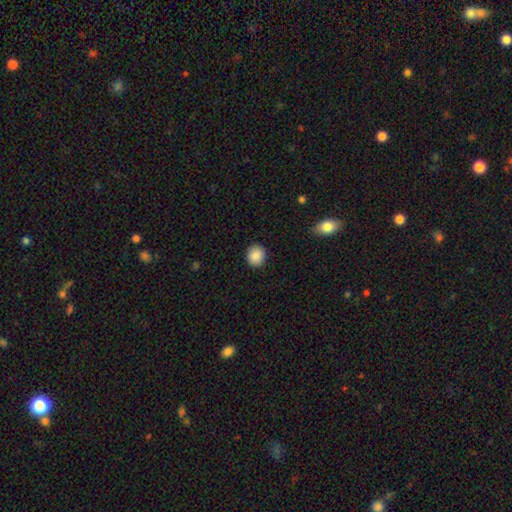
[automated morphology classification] This appears to be a smooth galaxy with no disk features (88%) that is round (82%). Merging: none (90%).